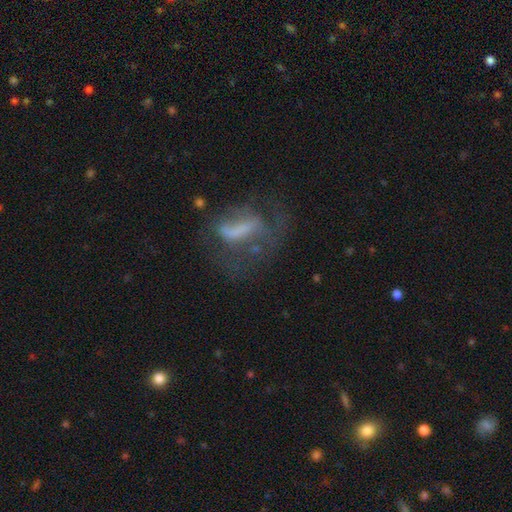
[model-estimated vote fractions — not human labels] Morphology: type=featured or disk (49%); merging=none (44%).